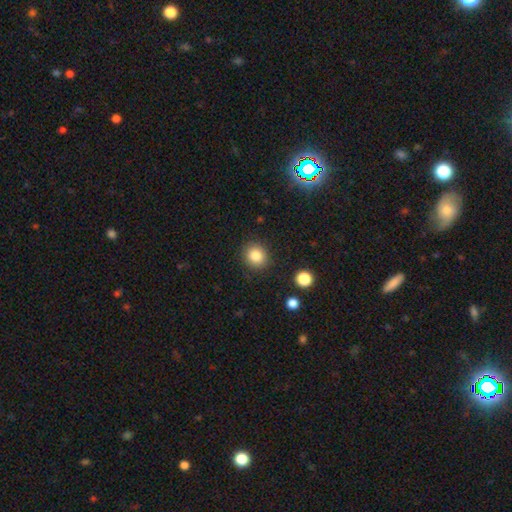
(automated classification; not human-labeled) Smooth or featured: smooth — 83% (star or artifact — 11%)
How rounded: round — 82% (in between — 18%)
Merging: none — 88% (minor disturbance — 8%)